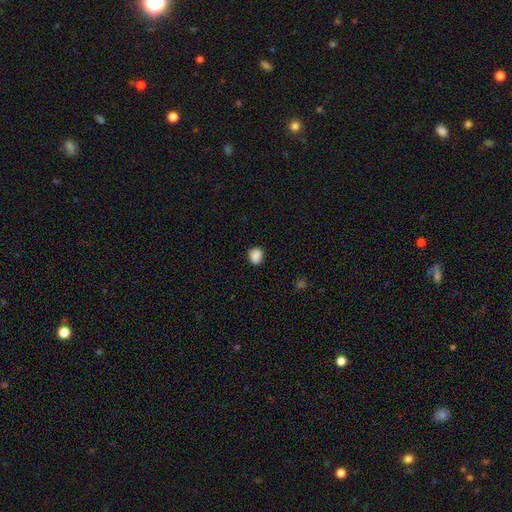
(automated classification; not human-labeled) This is clearly a smooth galaxy (85%). How rounded: likely round (73%). Merging: likely none (70%).